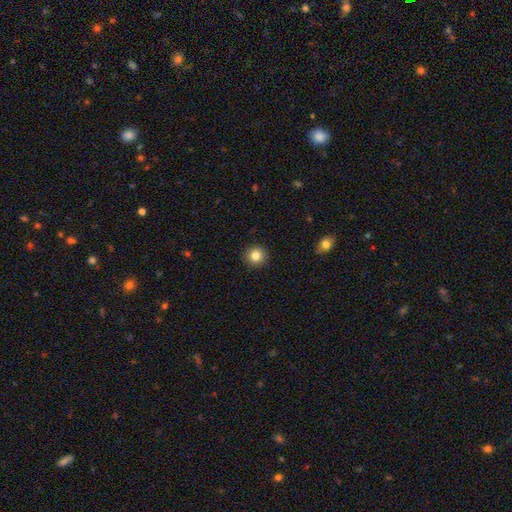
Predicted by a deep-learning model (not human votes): Q: Smooth or featured?
A: smooth (83%); runner-up: star or artifact (10%)
Q: How rounded?
A: round (94%); runner-up: in between (6%)
Q: Merging?
A: none (92%); runner-up: minor disturbance (5%)